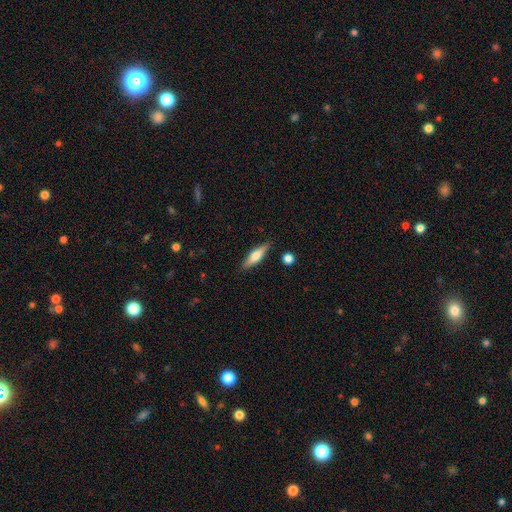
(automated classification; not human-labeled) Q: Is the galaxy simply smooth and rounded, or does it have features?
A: smooth — 48%.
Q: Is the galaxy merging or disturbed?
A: none — 87%.